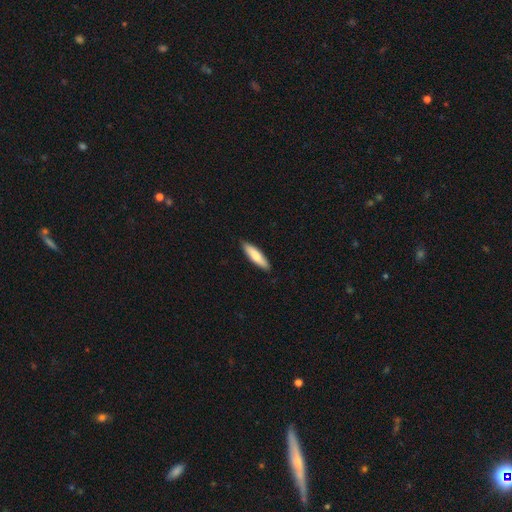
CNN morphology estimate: Smooth or featured? Predicted: smooth (p=0.78). How rounded? Predicted: cigar-shaped (p=0.69). Merging? Predicted: none (p=0.89).